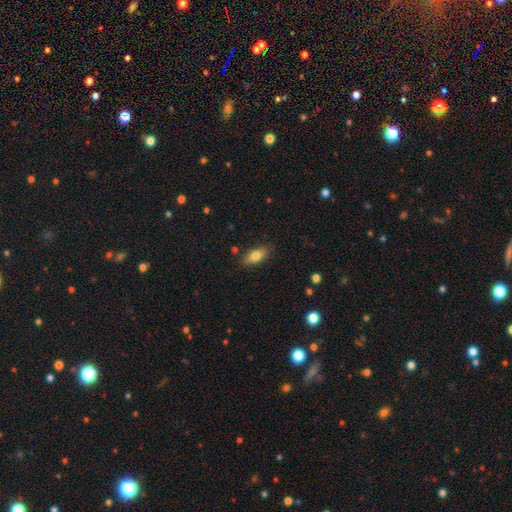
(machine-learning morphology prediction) smooth_or_featured: smooth (p=0.81) [alt: featured or disk p=0.11]
how_rounded: in between (p=0.85) [alt: cigar-shaped p=0.11]
merging: none (p=0.85) [alt: minor disturbance p=0.11]